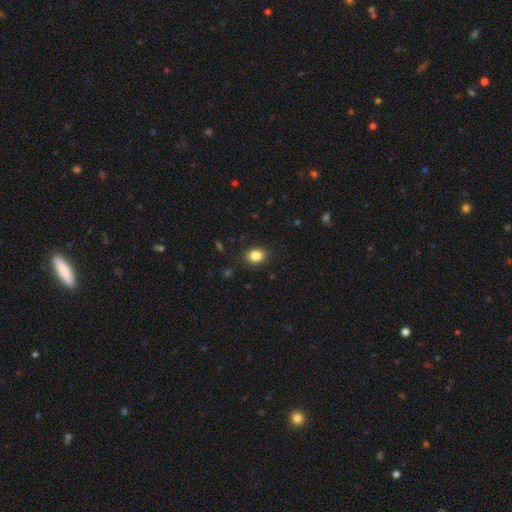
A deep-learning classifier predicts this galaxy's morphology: A smooth galaxy with no disk features (84%) that is in between round and cigar-shaped (54%). Merging: none (87%).